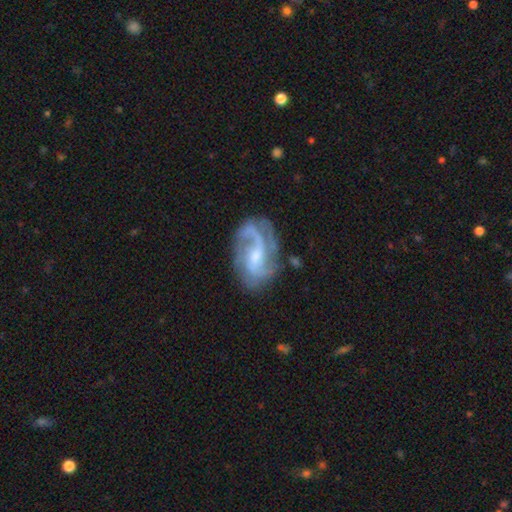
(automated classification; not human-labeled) Smooth or featured: featured or disk — 85% (smooth — 9%)
Edge-on disk: no — 97% (yes — 3%)
Bar: weak — 50% (no — 36%)
Spiral arms: yes — 96% (no — 4%)
Spiral winding: medium — 48% (loose — 31%)
Spiral arm count: 2 — 53% (3 — 20%)
Bulge size: small — 50% (moderate — 39%)
Merging: none — 64% (minor disturbance — 20%)